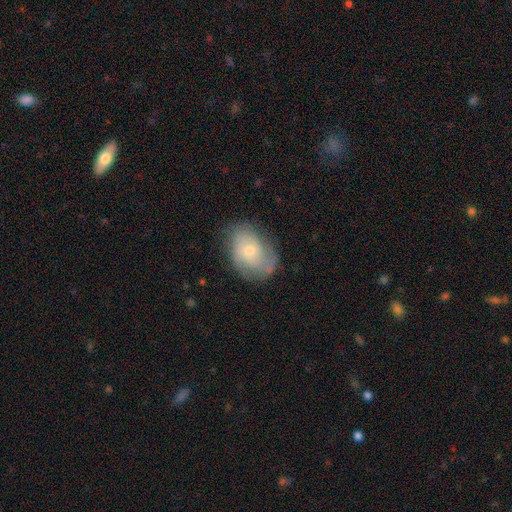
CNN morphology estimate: Smooth or featured? Predicted: featured or disk (p=0.52). Edge-on disk? Predicted: no (p=0.96). Bar? Predicted: no (p=0.77). Spiral arms? Predicted: yes (p=0.77). Bulge size? Predicted: small (p=0.55). Merging? Predicted: none (p=0.65).